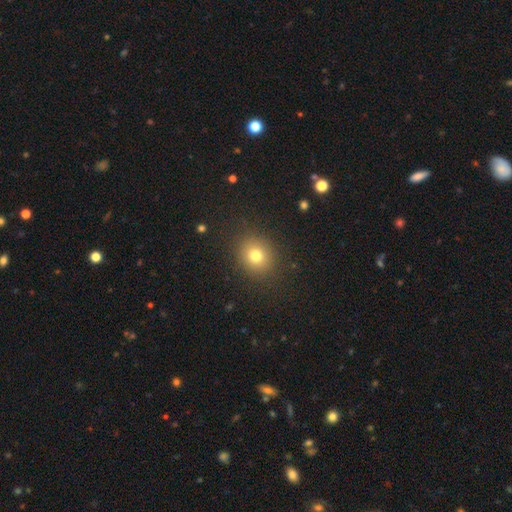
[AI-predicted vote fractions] smooth_or_featured: smooth (p=0.76) [alt: star or artifact p=0.15]
how_rounded: round (p=0.79) [alt: in between p=0.20]
merging: none (p=0.87) [alt: minor disturbance p=0.08]